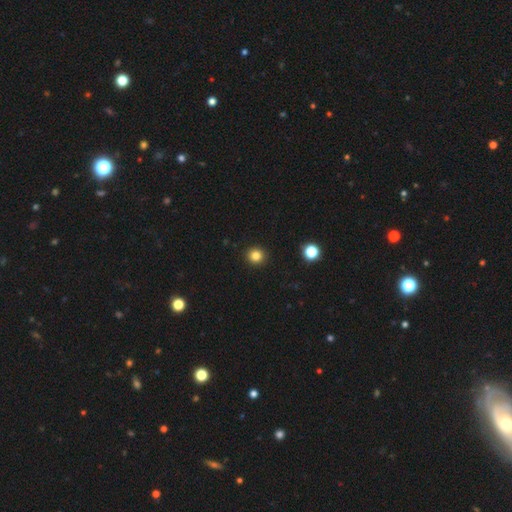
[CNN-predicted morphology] Smooth or featured?
  - smooth: 83% *
  - star or artifact: 12%
  - featured or disk: 4%
How rounded?
  - round: 93% *
  - in between: 6%
  - cigar-shaped: 1%
Merging?
  - none: 93% *
  - minor disturbance: 4%
  - major disturbance: 2%
  - merger: 1%